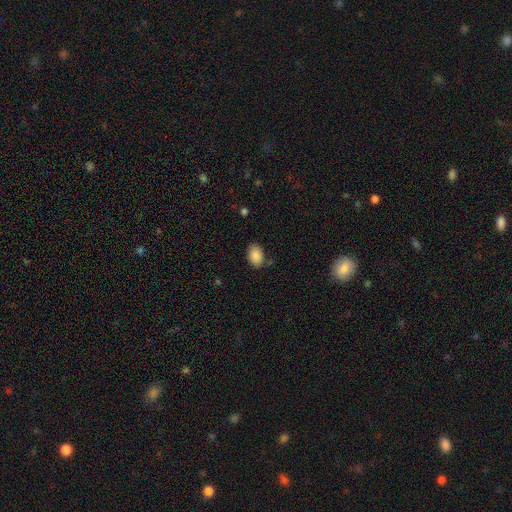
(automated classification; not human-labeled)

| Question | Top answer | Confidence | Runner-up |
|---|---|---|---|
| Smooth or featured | smooth | 88% | star or artifact (7%) |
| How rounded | in between | 87% | round (12%) |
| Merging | none | 79% | minor disturbance (15%) |